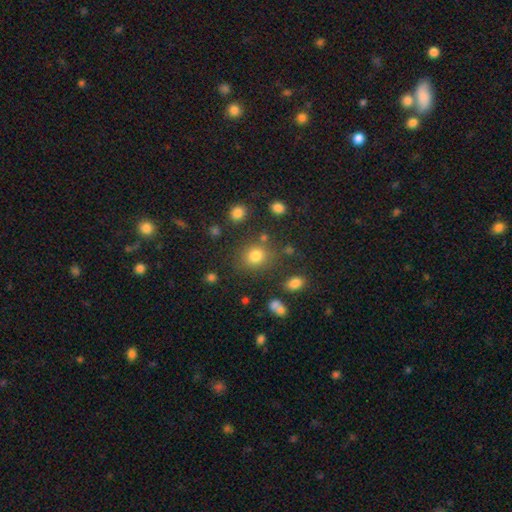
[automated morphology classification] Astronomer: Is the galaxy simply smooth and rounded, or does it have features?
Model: smooth — 77%.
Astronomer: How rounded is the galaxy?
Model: round — 76%.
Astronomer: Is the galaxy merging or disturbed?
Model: none — 76%.